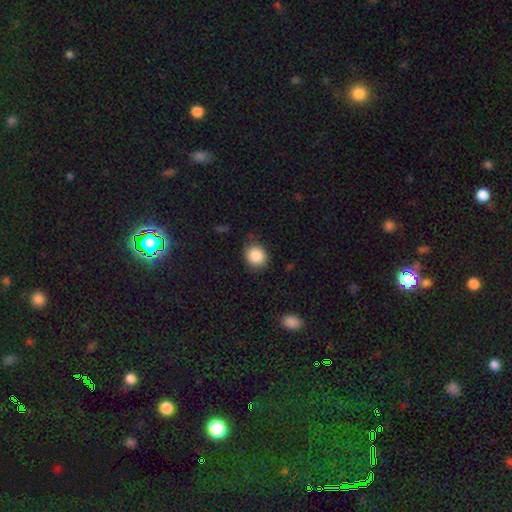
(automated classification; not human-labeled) A smooth galaxy with no disk features (87%) that is round (74%). Merging: none (82%).